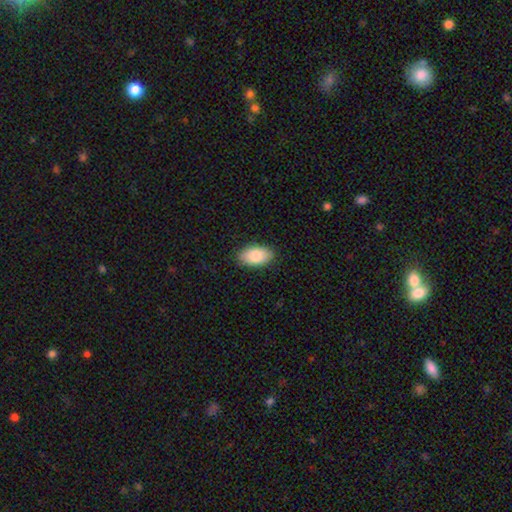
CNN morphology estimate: smooth-or-featured: smooth: 86% | featured or disk: 8% | star or artifact: 6%
  how-rounded: in between: 94% | round: 4% | cigar-shaped: 2%
  merging: none: 88% | minor disturbance: 9% | major disturbance: 2% | merger: 1%